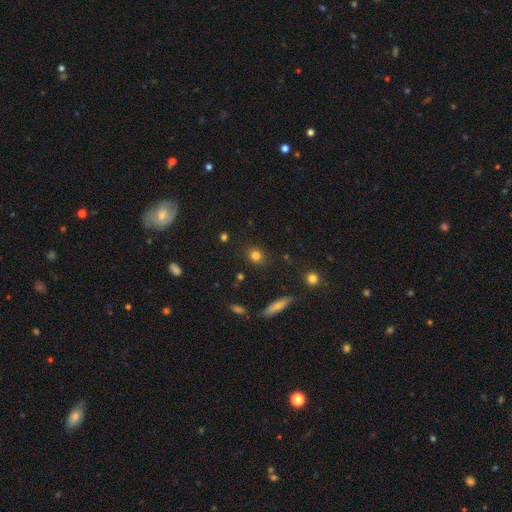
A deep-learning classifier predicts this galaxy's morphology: A smooth galaxy with no disk features (80%) that is round (72%). Merging: none (87%).